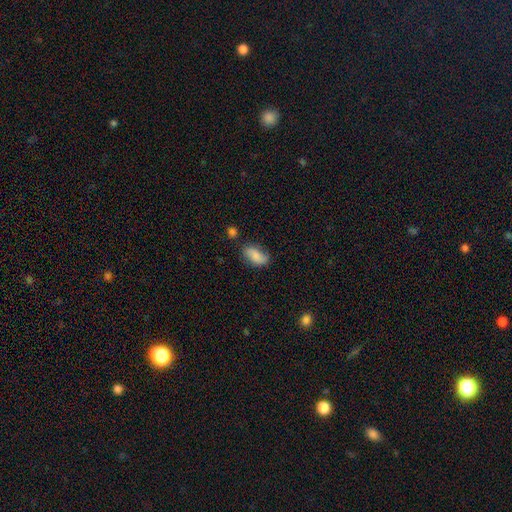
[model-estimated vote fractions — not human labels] Smooth or featured? Predicted: smooth (p=0.75). How rounded? Predicted: in between (p=0.91). Merging? Predicted: none (p=0.62).